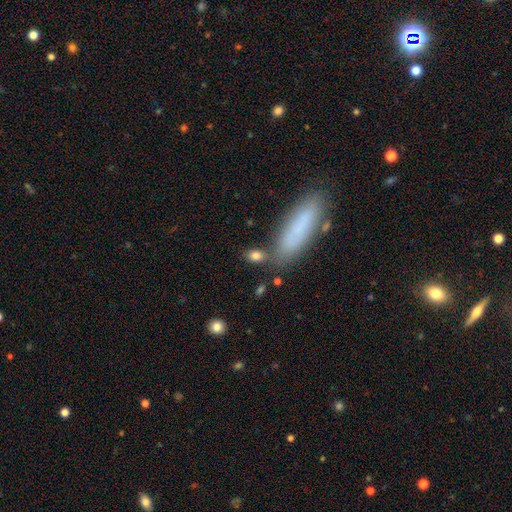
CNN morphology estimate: A smooth galaxy with no disk features (81%) that is in between round and cigar-shaped (79%).

Vote fractions:
- Smooth or featured? smooth: 81% / featured or disk: 10% / star or artifact: 9%
- How rounded? in between: 79% / round: 11% / cigar-shaped: 11%
- Merging? none: 69% / minor disturbance: 13% / merger: 13% / major disturbance: 5%